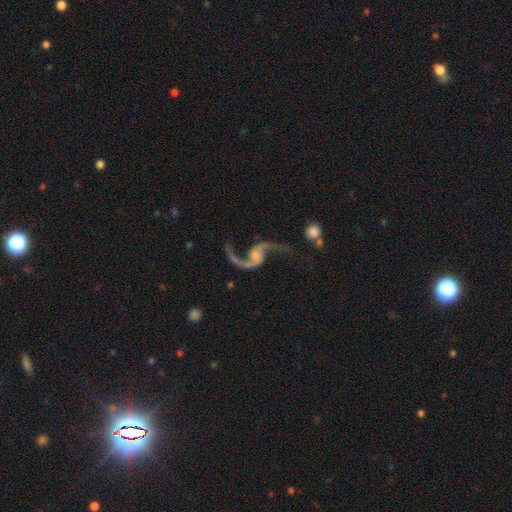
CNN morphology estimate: Overall: featured or disk (93%). Edge-on disk: no (98%). Bar: no (55%; weak 33%). Spiral arms: yes (98%). Spiral arm count: 2 (94%). Spiral winding: loose (90%). Bulge size: small (43%; moderate 25%). Merging: none (69%).